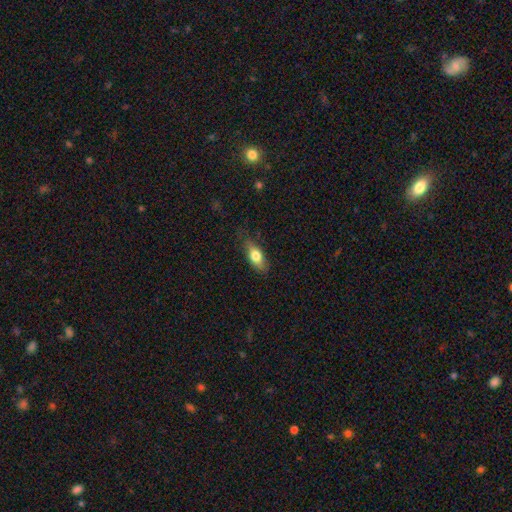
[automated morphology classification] smooth_or_featured: smooth (p=0.74) [alt: featured or disk p=0.19]
how_rounded: in between (p=0.77) [alt: cigar-shaped p=0.19]
merging: none (p=0.74) [alt: minor disturbance p=0.20]